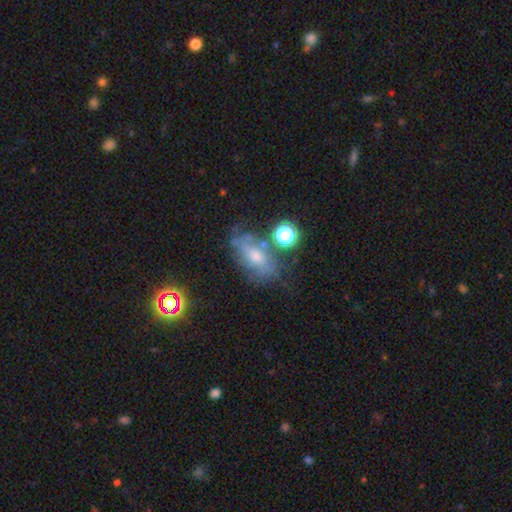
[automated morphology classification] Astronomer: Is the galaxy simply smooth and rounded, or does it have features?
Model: featured or disk — 46% (runner-up: smooth, 33%).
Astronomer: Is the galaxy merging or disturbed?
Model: none — 47% (runner-up: minor disturbance, 25%).